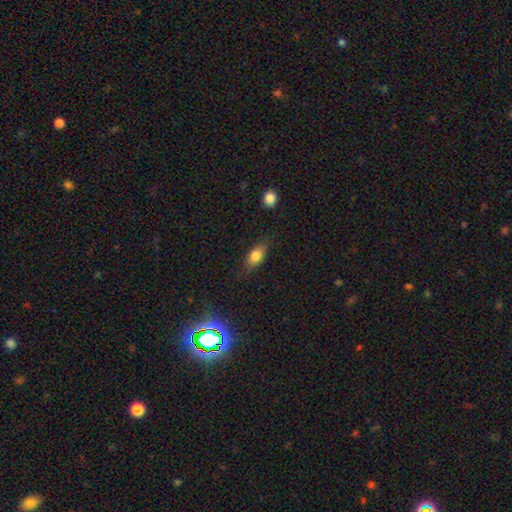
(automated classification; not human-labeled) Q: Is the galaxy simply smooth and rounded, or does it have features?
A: smooth — 76%.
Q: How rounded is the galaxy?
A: in between — 80%.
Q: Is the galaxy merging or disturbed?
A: none — 78%.